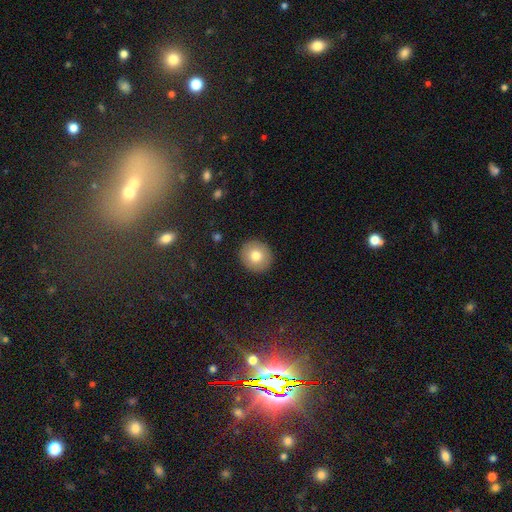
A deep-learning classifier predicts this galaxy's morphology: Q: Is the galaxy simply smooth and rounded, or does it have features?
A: smooth — 77%.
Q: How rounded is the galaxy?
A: round — 90%.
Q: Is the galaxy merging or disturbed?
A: none — 92%.